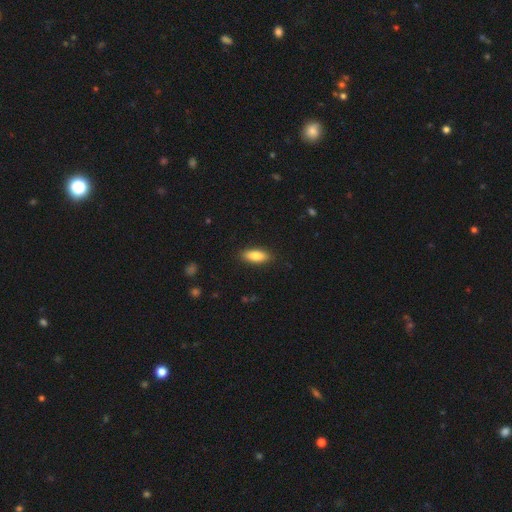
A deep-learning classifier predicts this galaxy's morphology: A smooth galaxy with no disk features (82%) that is in between round and cigar-shaped (75%).

Vote fractions:
- Smooth or featured? smooth: 82% / featured or disk: 12% / star or artifact: 6%
- How rounded? in between: 75% / cigar-shaped: 23% / round: 2%
- Merging? none: 88% / minor disturbance: 9% / major disturbance: 2% / merger: 1%